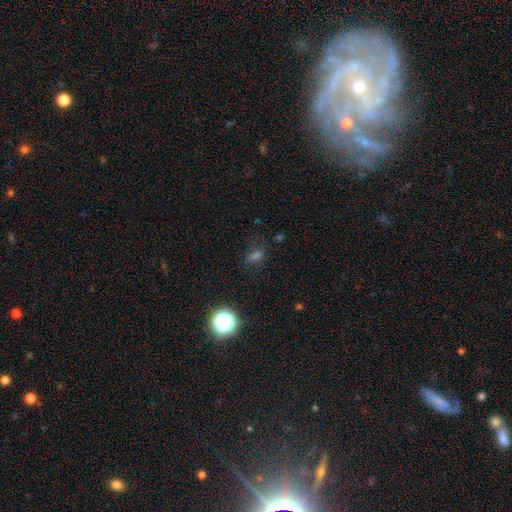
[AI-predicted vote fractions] smooth 49%, star or artifact 37%, featured or disk 14%. Down the decision tree: merging — none (69%).